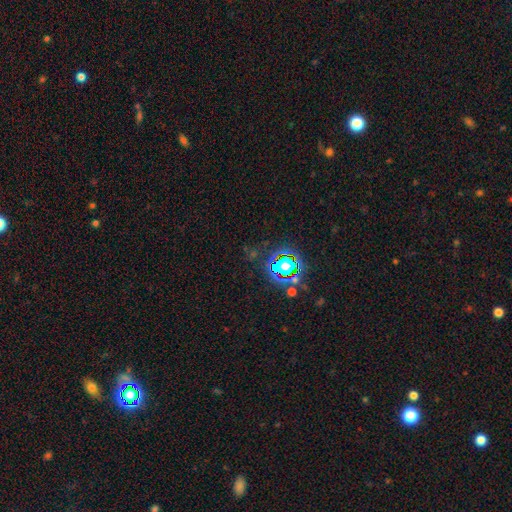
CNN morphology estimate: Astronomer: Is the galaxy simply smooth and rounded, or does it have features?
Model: star or artifact — 78%.